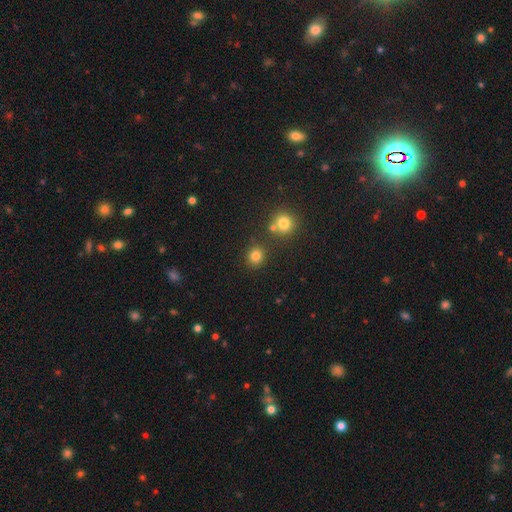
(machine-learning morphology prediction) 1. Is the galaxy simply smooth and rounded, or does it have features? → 81% smooth, 14% star or artifact, 5% featured or disk.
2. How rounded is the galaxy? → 84% round, 15% in between, 1% cigar-shaped.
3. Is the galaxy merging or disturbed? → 79% none, 9% merger, 9% minor disturbance, 3% major disturbance.